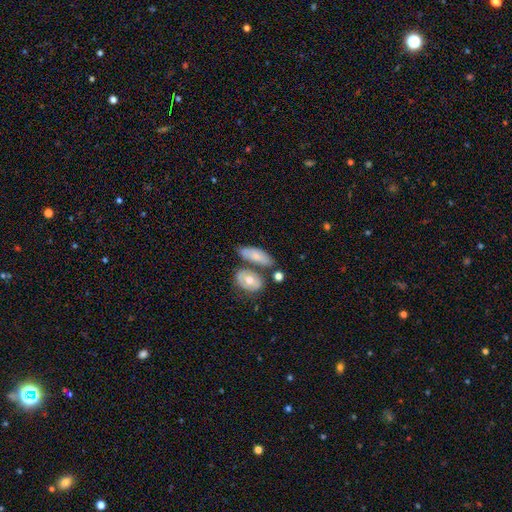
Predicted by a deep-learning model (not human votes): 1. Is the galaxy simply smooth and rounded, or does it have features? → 70% smooth, 24% featured or disk, 6% star or artifact.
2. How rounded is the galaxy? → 76% in between, 19% cigar-shaped, 5% round.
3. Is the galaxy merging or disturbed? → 51% none, 24% merger, 18% minor disturbance, 6% major disturbance.